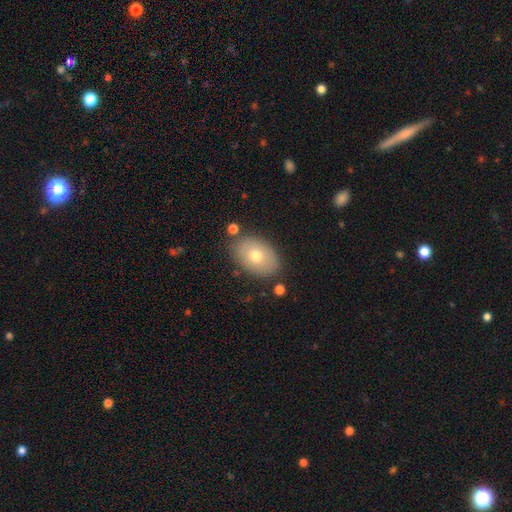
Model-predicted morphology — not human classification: smooth 69%, featured or disk 23%, star or artifact 8%. Down the decision tree: how rounded — in between (86%); merging — none (81%).